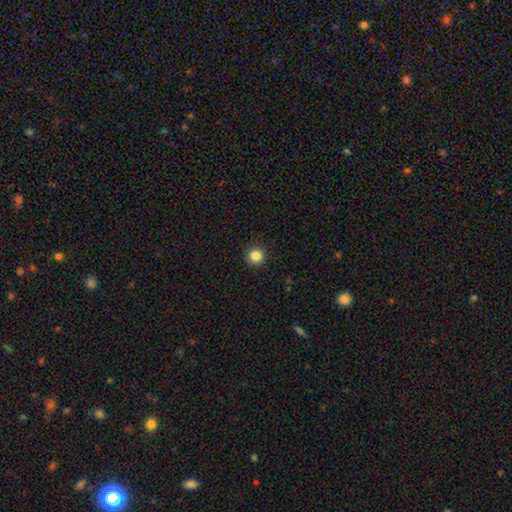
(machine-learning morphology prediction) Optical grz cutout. It shows a smooth galaxy with no disk features (85%) that is round (96%). Merging: none (93%).